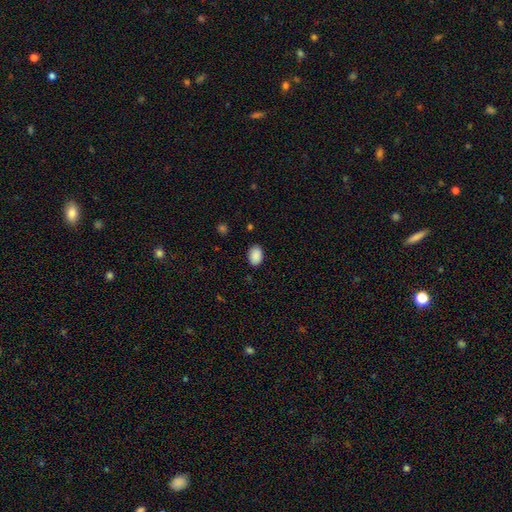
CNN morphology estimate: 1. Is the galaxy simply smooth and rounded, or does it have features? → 90% smooth, 7% star or artifact, 3% featured or disk.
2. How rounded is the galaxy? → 86% in between, 13% round, 1% cigar-shaped.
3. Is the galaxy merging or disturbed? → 87% none, 10% minor disturbance, 2% major disturbance, 1% merger.